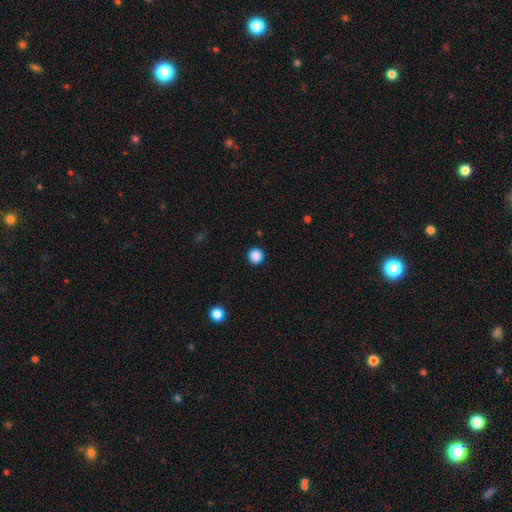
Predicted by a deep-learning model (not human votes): smooth-or-featured: smooth: 88% | star or artifact: 10% | featured or disk: 2%
  how-rounded: round: 95% | in between: 4% | cigar-shaped: 1%
  merging: none: 93% | minor disturbance: 5% | major disturbance: 2% | merger: 1%